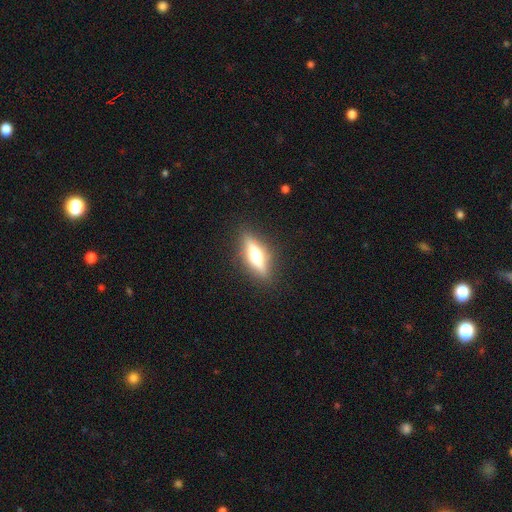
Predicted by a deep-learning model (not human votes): smooth_or_featured: featured or disk (p=0.55) [alt: smooth p=0.38]
disk_edge_on: yes (p=0.91) [alt: no p=0.09]
merging: none (p=0.88) [alt: minor disturbance p=0.08]